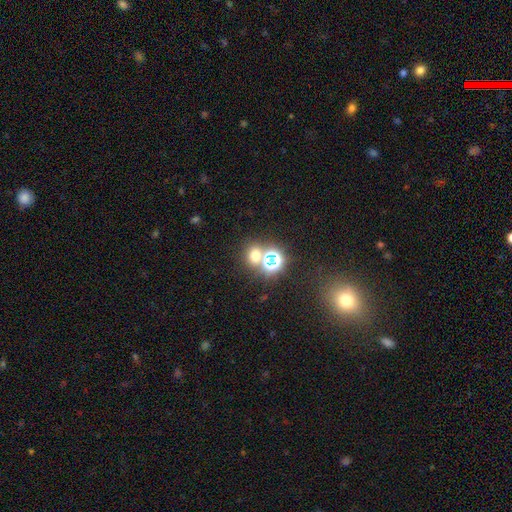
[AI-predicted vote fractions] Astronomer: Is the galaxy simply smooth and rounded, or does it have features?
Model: smooth — 54% (runner-up: star or artifact, 37%).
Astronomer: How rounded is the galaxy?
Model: round — 68%.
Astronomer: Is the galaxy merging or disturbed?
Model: none — 62%.